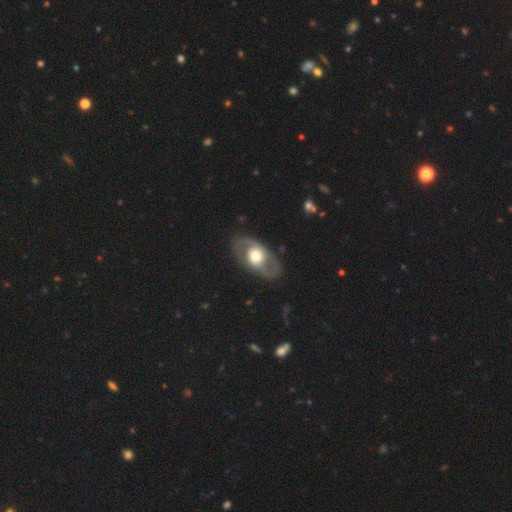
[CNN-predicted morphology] Smooth or featured? featured or disk (70%)
Edge-on disk? no (93%)
Bar? no (70%)
Spiral arms? yes (60%)
Bulge size? moderate (58%)
Merging? none (81%)